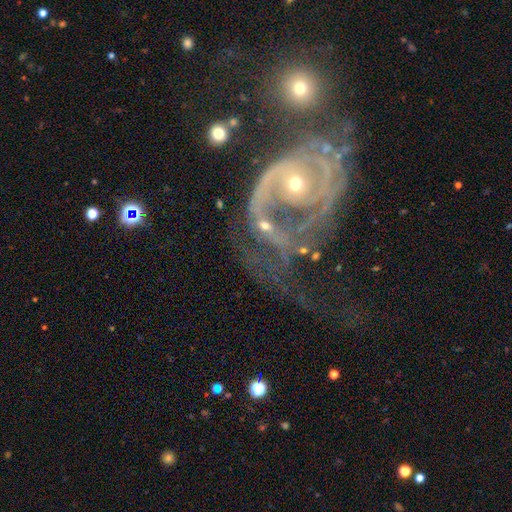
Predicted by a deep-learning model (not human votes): Smooth or featured? Predicted: featured or disk (p=0.85). Edge-on disk? Predicted: no (p=0.97). Bar? Predicted: no (p=0.70). Spiral arms? Predicted: yes (p=0.88). Spiral winding? Predicted: tight (p=0.40). Spiral arm count? Predicted: 2 (p=0.42). Bulge size? Predicted: small (p=0.58). Merging? Predicted: major disturbance (p=0.46).